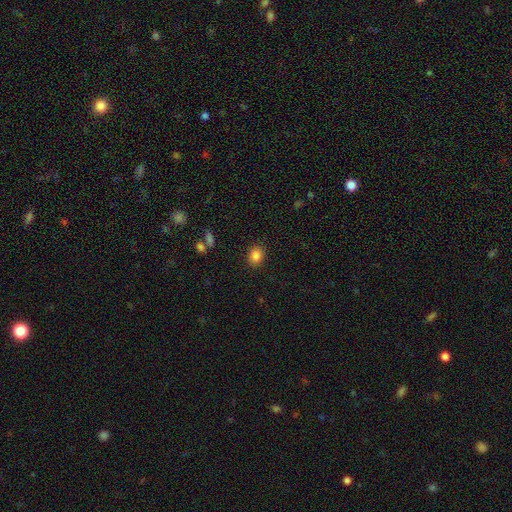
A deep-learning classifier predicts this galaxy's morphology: smooth 85%, star or artifact 10%, featured or disk 5%. Down the decision tree: how rounded — in between (51%); merging — none (88%).